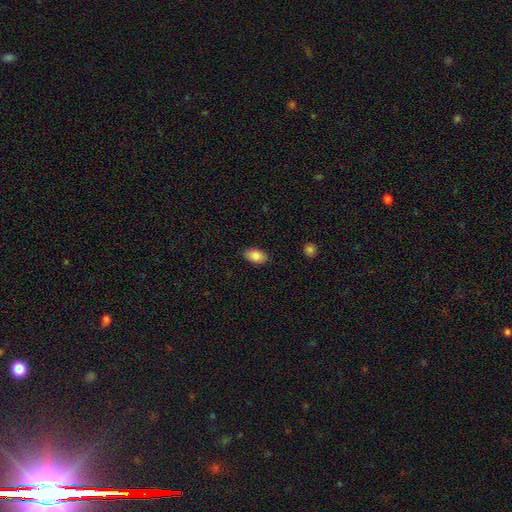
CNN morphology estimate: Overall: smooth (86%). How rounded: in between (92%). Merging: none (86%).